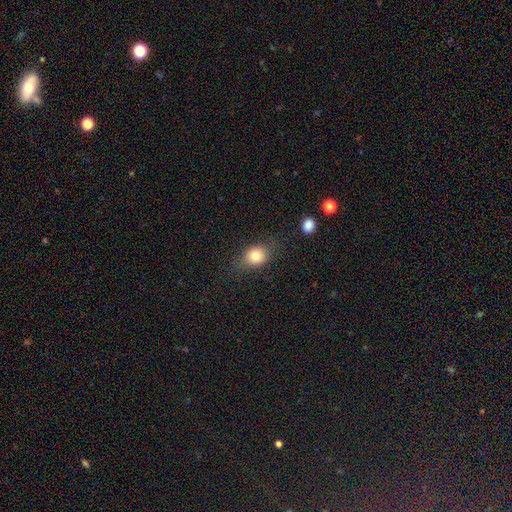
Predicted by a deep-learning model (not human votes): A smooth galaxy with no disk features (77%) that is round (51%).

Vote fractions:
- Smooth or featured? smooth: 77% / featured or disk: 13% / star or artifact: 11%
- How rounded? round: 51% / in between: 47% / cigar-shaped: 2%
- Merging? none: 74% / minor disturbance: 18% / major disturbance: 6% / merger: 2%